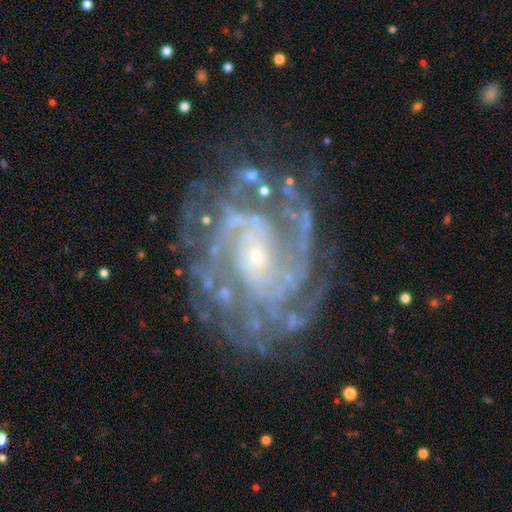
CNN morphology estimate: Smooth or featured? Predicted: featured or disk (p=0.91). Edge-on disk? Predicted: no (p=0.97). Bar? Predicted: no (p=0.59). Spiral arms? Predicted: yes (p=0.97). Spiral winding? Predicted: tight (p=0.64). Spiral arm count? Predicted: 2 (p=0.25). Bulge size? Predicted: small (p=0.70). Merging? Predicted: none (p=0.71).